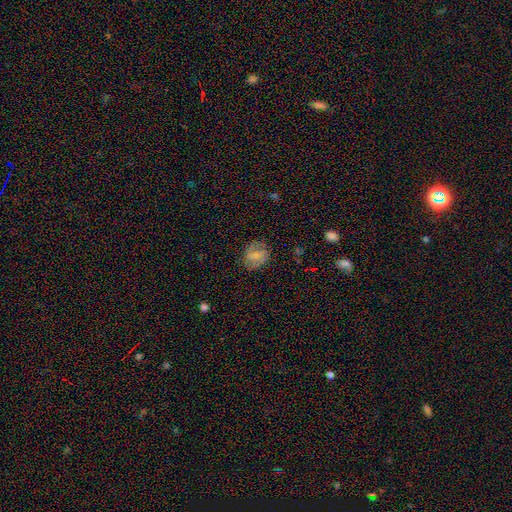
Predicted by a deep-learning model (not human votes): This appears to be a smooth galaxy with no disk features (48%). Merging: none (76%).